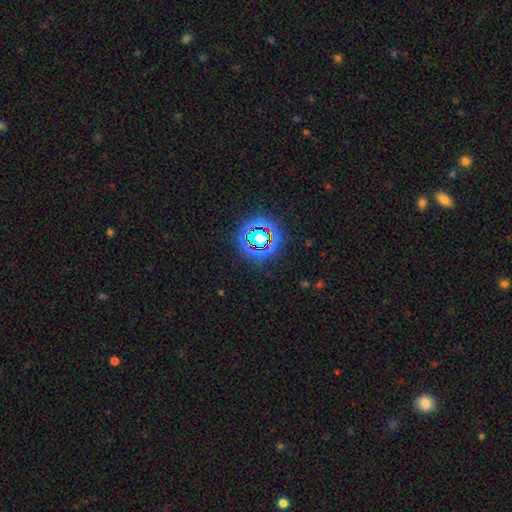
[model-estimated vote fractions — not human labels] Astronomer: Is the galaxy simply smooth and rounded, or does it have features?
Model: star or artifact — 66%.